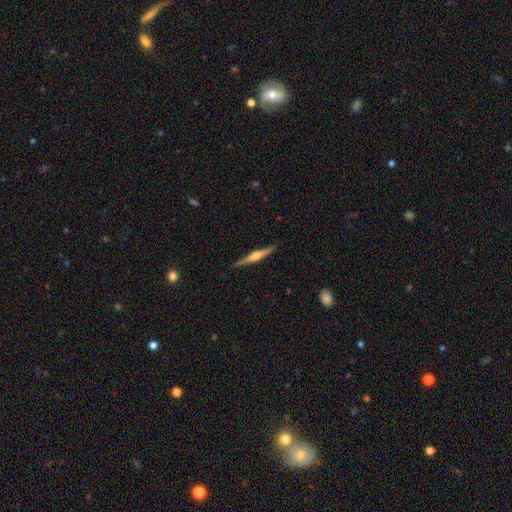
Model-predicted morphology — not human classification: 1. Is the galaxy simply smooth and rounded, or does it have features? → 65% featured or disk, 29% smooth, 5% star or artifact.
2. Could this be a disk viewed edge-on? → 98% yes, 2% no.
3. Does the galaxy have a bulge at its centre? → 76% rounded, 14% boxy, 10% none.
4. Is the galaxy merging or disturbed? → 88% none, 9% minor disturbance, 2% major disturbance, 1% merger.